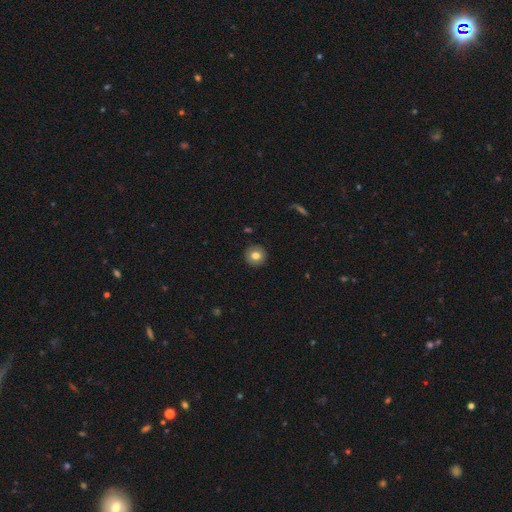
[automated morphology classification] This is clearly a smooth galaxy (80%). How rounded: clearly round (94%). Merging: clearly none (92%).